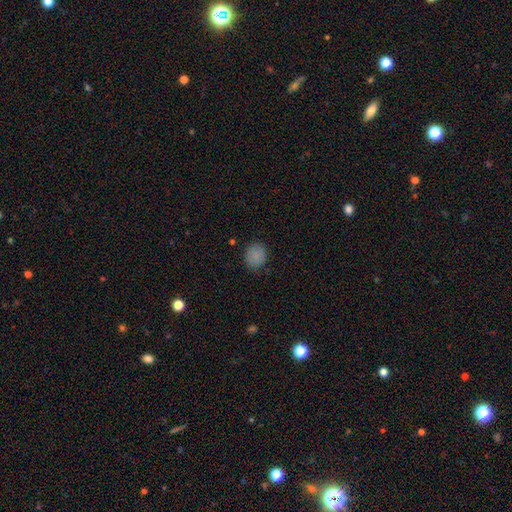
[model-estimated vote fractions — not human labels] Morphology: type=smooth (86%); roundness=round (76%); merging=none (84%).